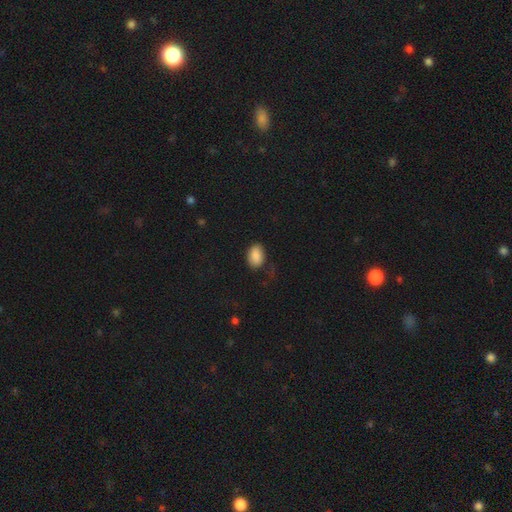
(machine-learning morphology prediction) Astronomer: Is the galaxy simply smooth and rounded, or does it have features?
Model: smooth — 87%.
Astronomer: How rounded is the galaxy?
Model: in between — 87%.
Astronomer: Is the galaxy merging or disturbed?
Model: none — 69%.